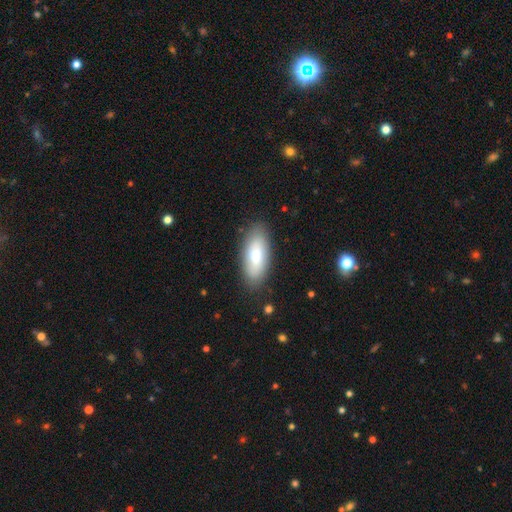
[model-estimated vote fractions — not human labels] smooth 68%, featured or disk 26%, star or artifact 7%. Down the decision tree: how rounded — in between (86%); merging — none (85%).